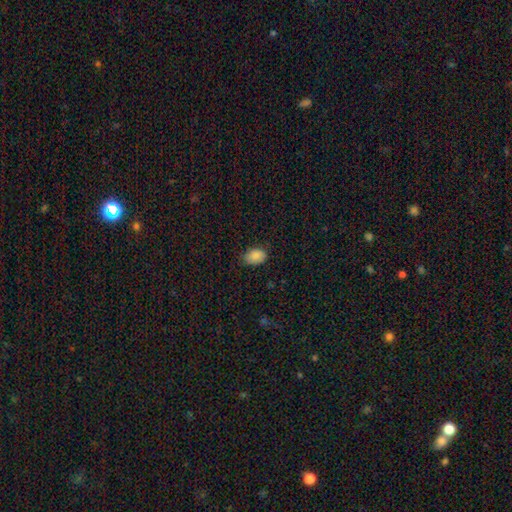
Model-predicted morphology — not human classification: Smooth or featured: smooth — 86% (star or artifact — 8%)
How rounded: in between — 87% (round — 12%)
Merging: none — 75% (minor disturbance — 21%)